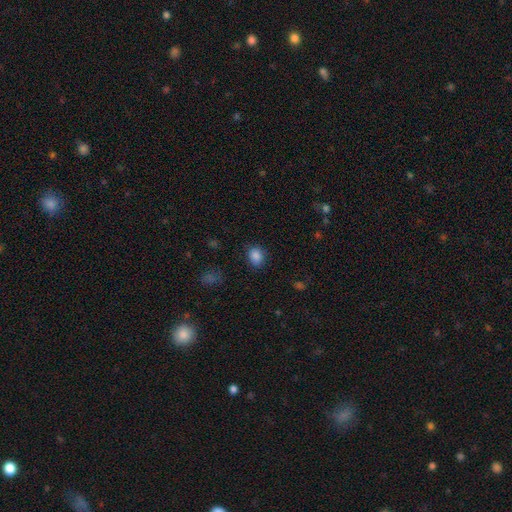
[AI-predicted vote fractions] smooth 87%, star or artifact 10%, featured or disk 4%. Down the decision tree: how rounded — in between (53%); merging — none (84%).